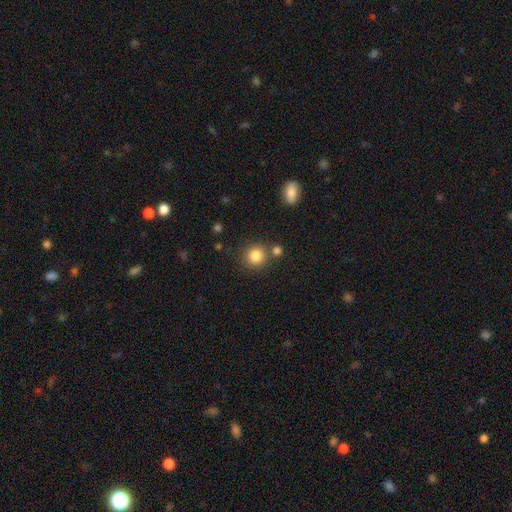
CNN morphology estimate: Q: Smooth or featured?
A: smooth (84%); runner-up: star or artifact (11%)
Q: How rounded?
A: round (90%); runner-up: in between (9%)
Q: Merging?
A: none (75%); runner-up: merger (13%)